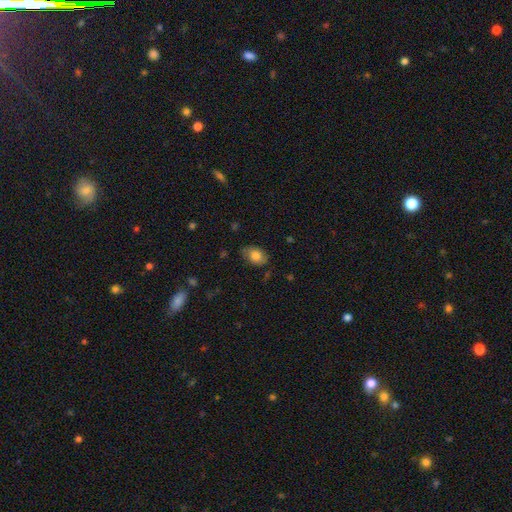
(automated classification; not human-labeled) Smooth or featured? Predicted: smooth (p=0.81). How rounded? Predicted: in between (p=0.82). Merging? Predicted: none (p=0.78).